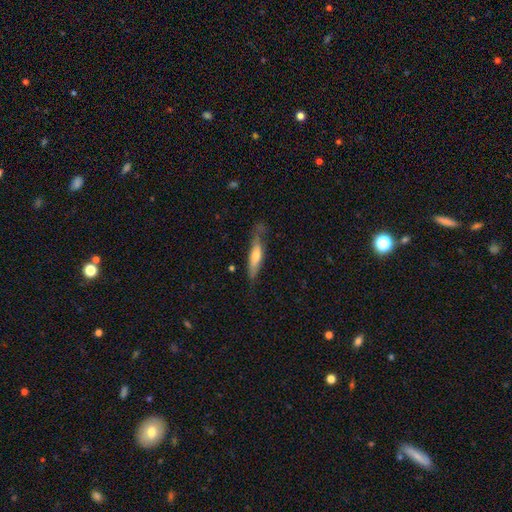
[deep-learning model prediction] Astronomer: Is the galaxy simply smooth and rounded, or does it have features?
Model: smooth — 51% (runner-up: featured or disk, 43%).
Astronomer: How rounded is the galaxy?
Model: cigar-shaped — 81%.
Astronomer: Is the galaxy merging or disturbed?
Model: none — 62%.